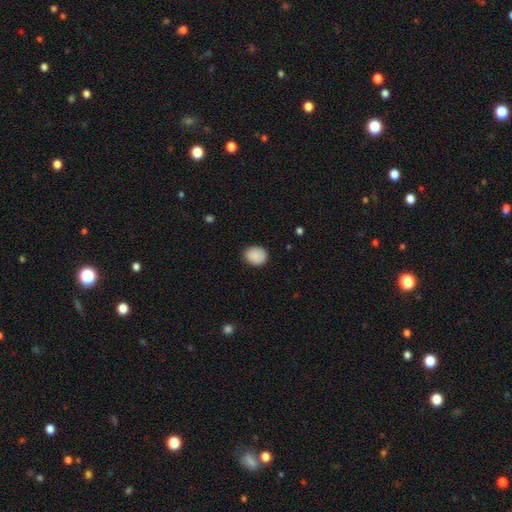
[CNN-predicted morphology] A smooth galaxy with no disk features (89%) that is round (64%).

Vote fractions:
- Smooth or featured? smooth: 89% / star or artifact: 8% / featured or disk: 4%
- How rounded? round: 64% / in between: 36% / cigar-shaped: 1%
- Merging? none: 85% / minor disturbance: 12% / major disturbance: 2% / merger: 1%